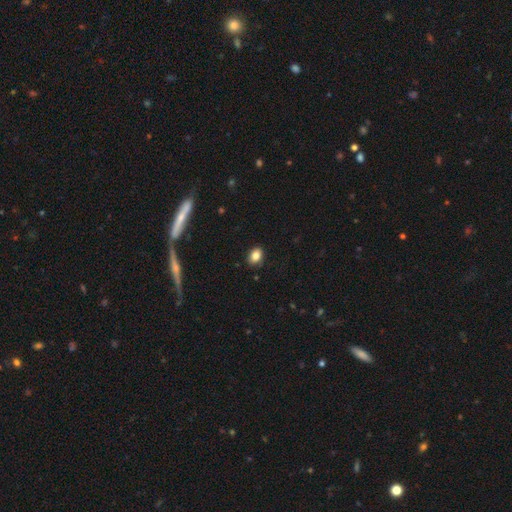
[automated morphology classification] The model was most divided on "how rounded": in between: 75%, round: 24%, cigar-shaped: 1%. More confident: merging — none (86%); smooth or featured — smooth (84%).